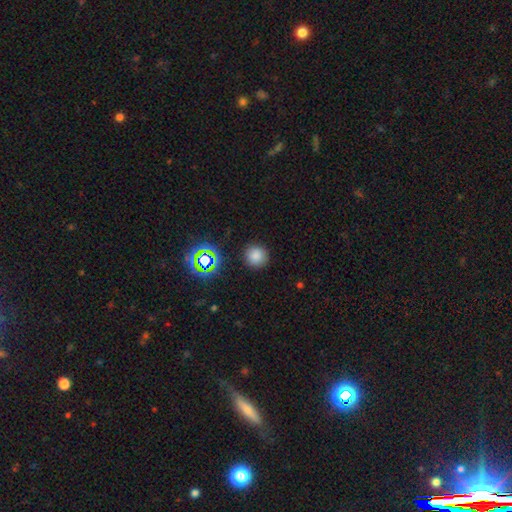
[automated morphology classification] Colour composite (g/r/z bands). It shows a smooth galaxy with no disk features (78%) that is round (94%). Merging: none (89%).